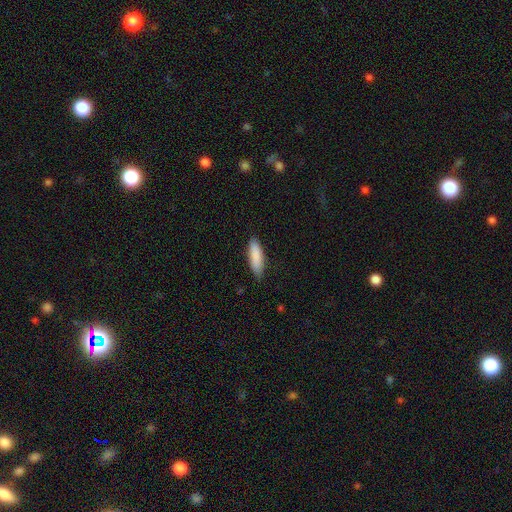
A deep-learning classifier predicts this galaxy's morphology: type=smooth (88%); roundness=cigar-shaped (55%); merging=none (83%).